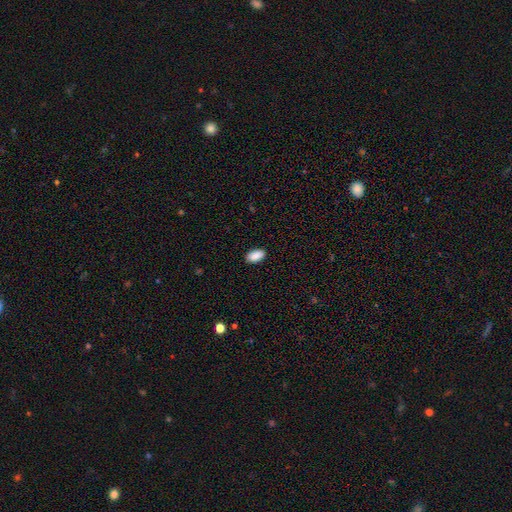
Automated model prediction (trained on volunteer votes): smooth_or_featured: smooth (p=0.90) [alt: star or artifact p=0.07]
how_rounded: in between (p=0.94) [alt: round p=0.03]
merging: none (p=0.89) [alt: minor disturbance p=0.08]